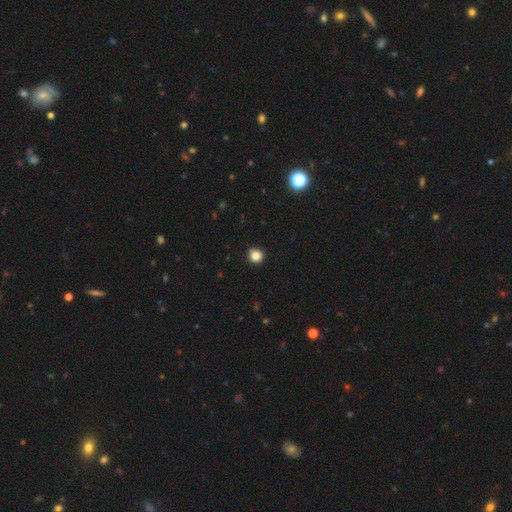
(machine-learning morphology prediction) smooth 84%, star or artifact 12%, featured or disk 4%. Down the decision tree: how rounded — round (87%); merging — none (87%).